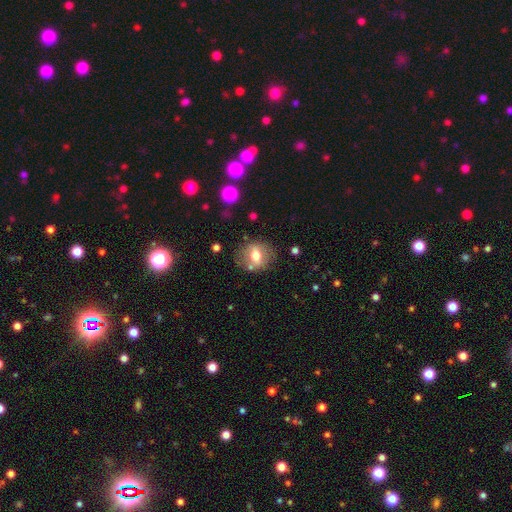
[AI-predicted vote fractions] Smooth or featured? smooth (55%)
How rounded? round (57%)
Merging? none (75%)